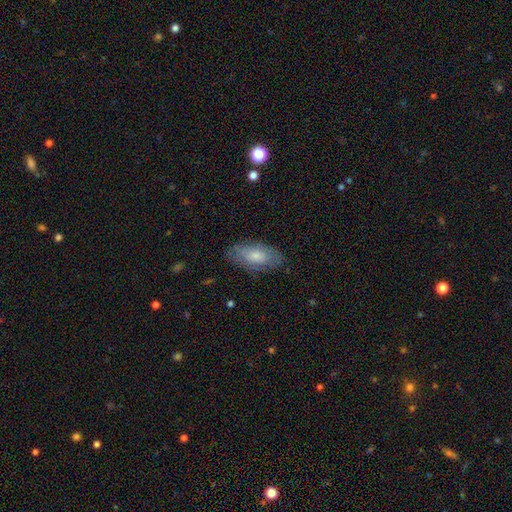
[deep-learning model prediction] This appears to be a smooth galaxy with no disk features (70%) that is in between round and cigar-shaped (91%). Merging: none (78%).